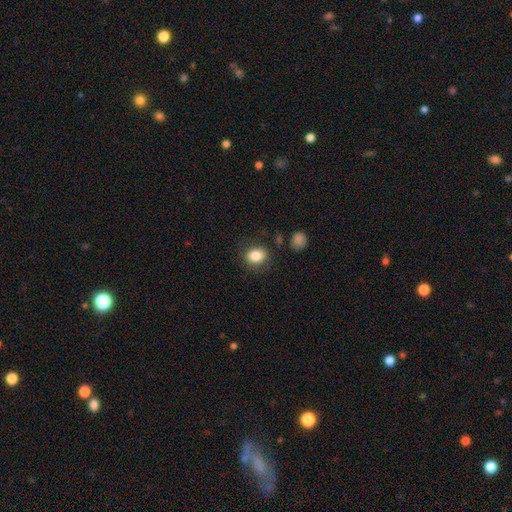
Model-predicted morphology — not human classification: Overall: smooth (84%). How rounded: in between (50%; round 49%). Merging: none (80%).